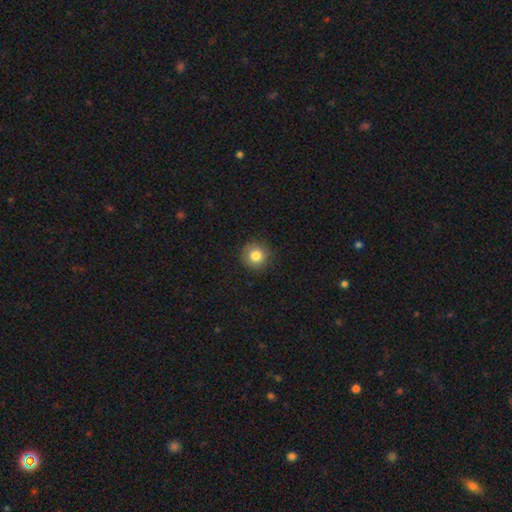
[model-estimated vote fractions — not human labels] A smooth galaxy with no disk features (83%) that is round (93%).

Vote fractions:
- Smooth or featured? smooth: 83% / star or artifact: 10% / featured or disk: 7%
- How rounded? round: 93% / in between: 6% / cigar-shaped: 1%
- Merging? none: 88% / minor disturbance: 8% / major disturbance: 2% / merger: 1%